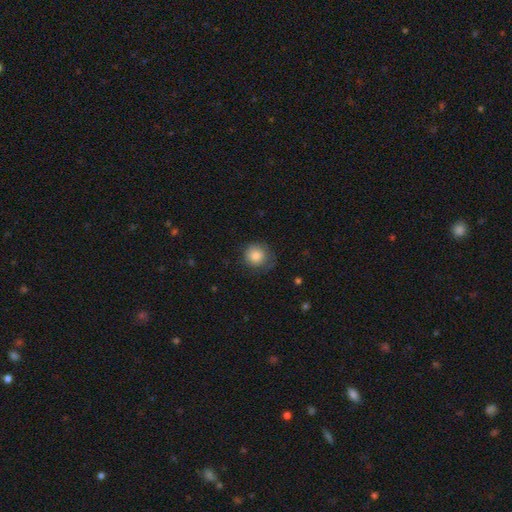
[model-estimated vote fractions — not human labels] Smooth or featured?
  - smooth: 85% *
  - star or artifact: 8%
  - featured or disk: 7%
How rounded?
  - round: 90% *
  - in between: 9%
  - cigar-shaped: 1%
Merging?
  - none: 69% *
  - minor disturbance: 22%
  - major disturbance: 8%
  - merger: 1%